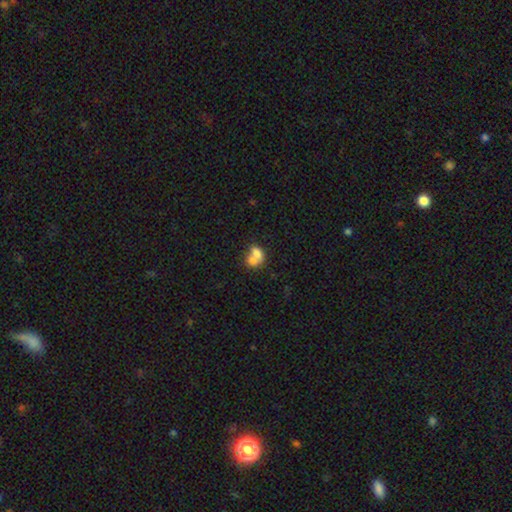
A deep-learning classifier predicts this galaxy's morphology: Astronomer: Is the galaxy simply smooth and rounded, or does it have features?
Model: smooth — 70%.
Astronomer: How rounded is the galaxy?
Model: in between — 63%.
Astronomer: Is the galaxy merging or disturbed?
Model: merger — 70%.